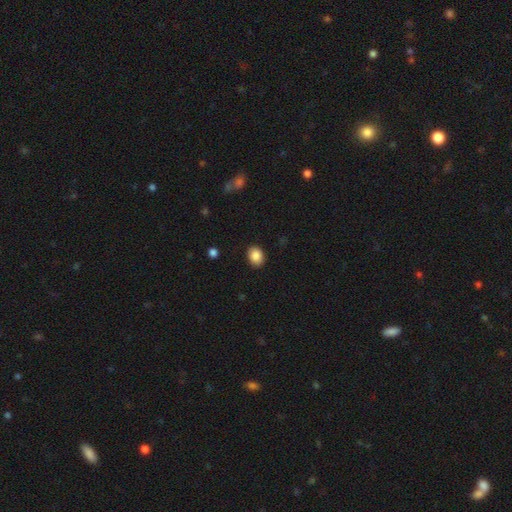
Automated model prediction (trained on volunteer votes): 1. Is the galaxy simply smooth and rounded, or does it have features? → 88% smooth, 8% star or artifact, 4% featured or disk.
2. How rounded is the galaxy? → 59% in between, 40% round, 1% cigar-shaped.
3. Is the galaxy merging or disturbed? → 89% none, 8% minor disturbance, 2% major disturbance, 1% merger.